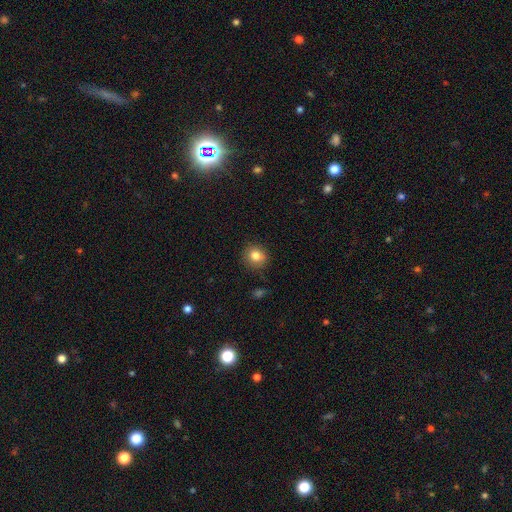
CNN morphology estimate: This appears to be a smooth galaxy with no disk features (82%) that is round (85%). Merging: none (85%).